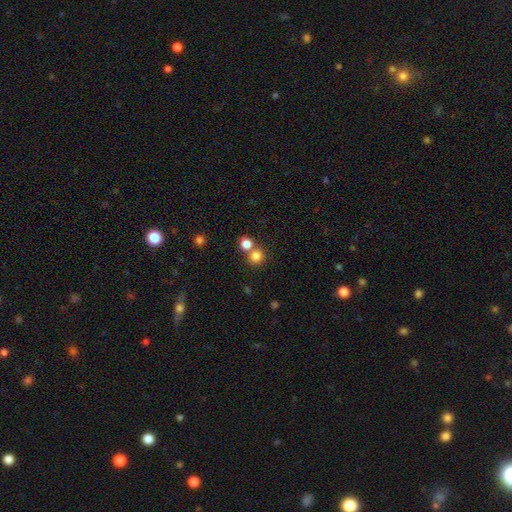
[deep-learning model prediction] Overall: smooth (80%). How rounded: round (89%). Merging: none (63%; merger 28%).